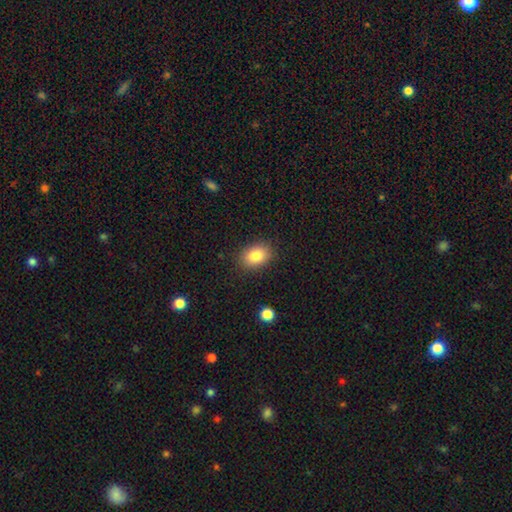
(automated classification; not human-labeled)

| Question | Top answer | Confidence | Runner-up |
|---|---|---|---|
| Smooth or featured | smooth | 85% | star or artifact (9%) |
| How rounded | in between | 78% | round (21%) |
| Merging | none | 87% | minor disturbance (9%) |